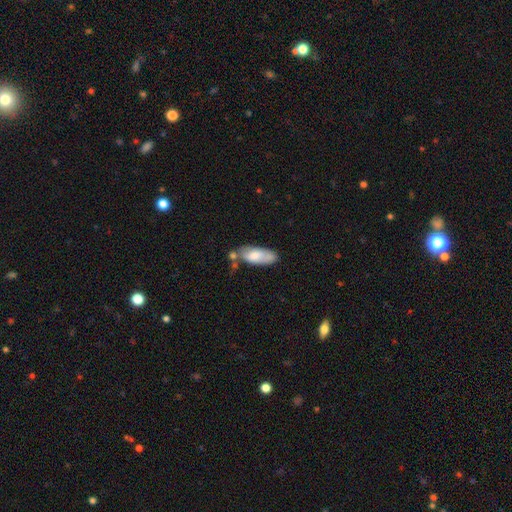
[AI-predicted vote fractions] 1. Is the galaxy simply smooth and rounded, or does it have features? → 72% smooth, 22% featured or disk, 6% star or artifact.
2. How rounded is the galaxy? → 77% in between, 21% cigar-shaped, 2% round.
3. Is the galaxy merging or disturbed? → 45% none, 24% minor disturbance, 23% merger, 8% major disturbance.